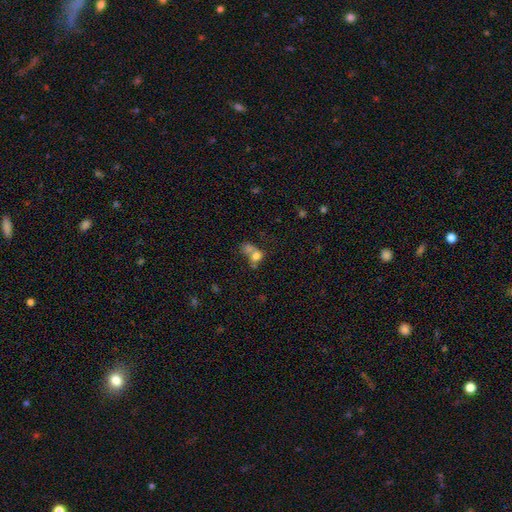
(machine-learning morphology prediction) A smooth galaxy with no disk features (70%) that is round (53%). Merging: merger (62%).